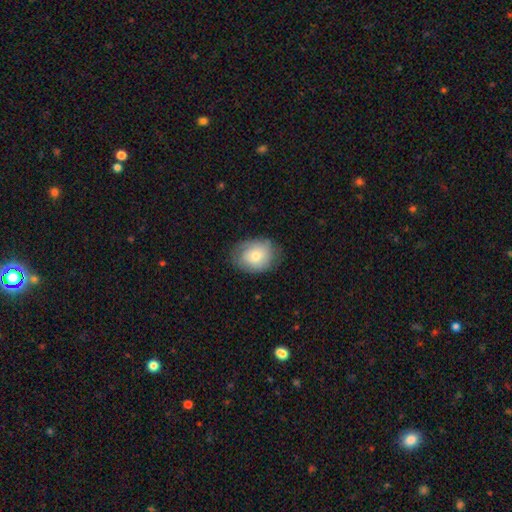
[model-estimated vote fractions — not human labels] smooth 65%, featured or disk 28%, star or artifact 7%. Down the decision tree: how rounded — in between (62%); merging — none (72%).